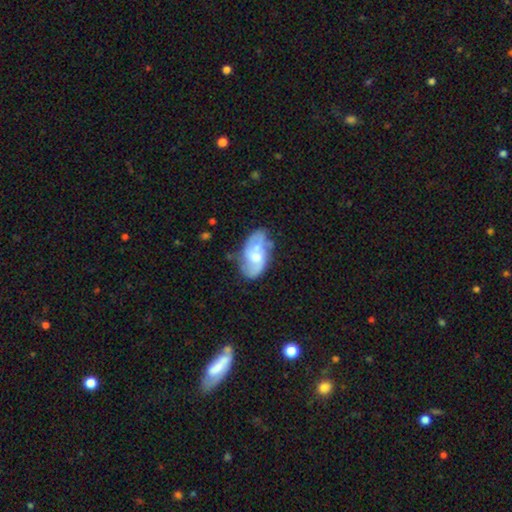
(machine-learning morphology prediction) Overall: featured or disk (66%; smooth 28%). Edge-on disk: no (96%). Bar: no (56%; weak 37%). Spiral arms: yes (80%). Spiral arm count: 2 (69%). Spiral winding: medium (44%; loose 34%). Bulge size: moderate (49%; small 39%). Merging: none (55%; minor disturbance 27%).